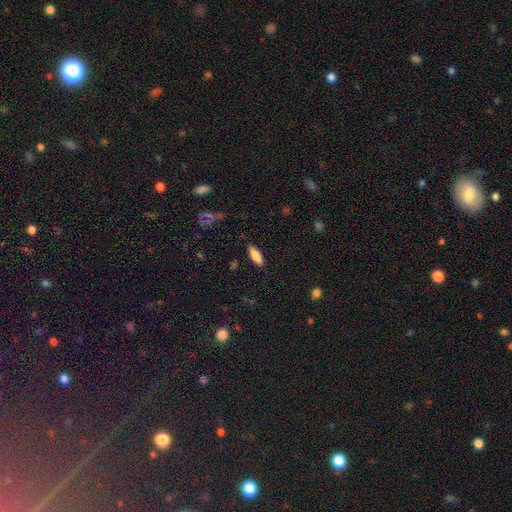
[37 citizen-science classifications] A smooth galaxy with no disk features (81%) that is in between round and cigar-shaped (57%). Merging: none (88%).